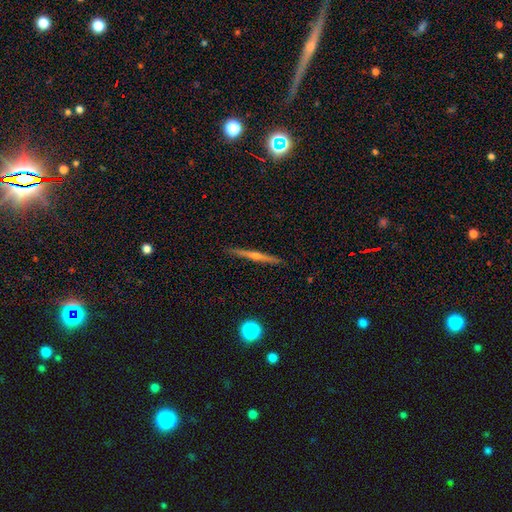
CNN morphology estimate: Smooth or featured: featured or disk — 73% (smooth — 18%)
Edge-on disk: yes — 97% (no — 3%)
Edge-on bulge: rounded — 81% (none — 13%)
Merging: none — 90% (minor disturbance — 7%)